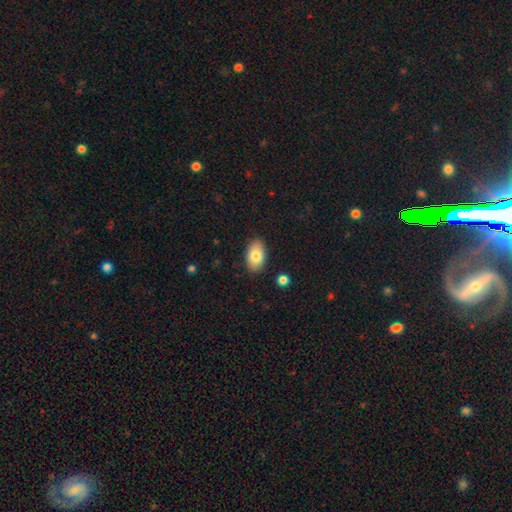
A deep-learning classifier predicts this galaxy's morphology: type=smooth (80%); roundness=in between (93%); merging=none (87%).